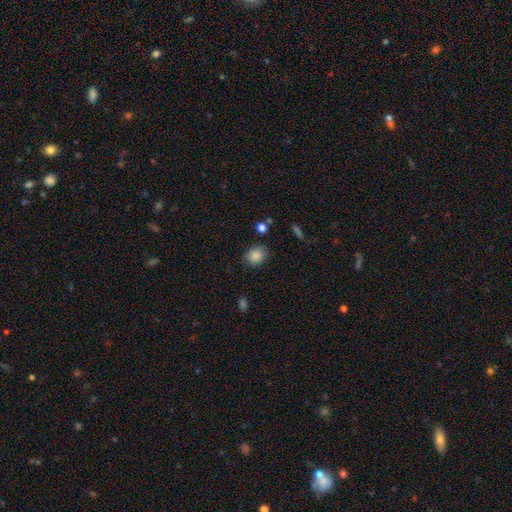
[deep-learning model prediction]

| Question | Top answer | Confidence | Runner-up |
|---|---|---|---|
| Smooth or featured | smooth | 87% | star or artifact (9%) |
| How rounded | round | 61% | in between (38%) |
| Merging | none | 80% | minor disturbance (13%) |